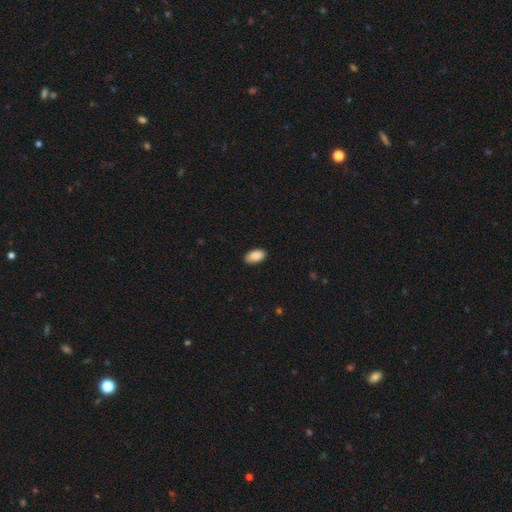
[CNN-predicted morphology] The model was most divided on "merging": none: 87%, minor disturbance: 10%, major disturbance: 2%, merger: 1%. More confident: how rounded — in between (95%); smooth or featured — smooth (90%).